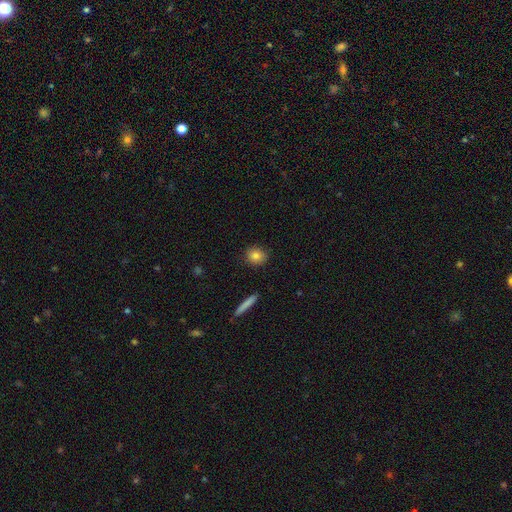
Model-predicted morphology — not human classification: Smooth or featured? smooth (83%)
How rounded? round (75%)
Merging? none (90%)